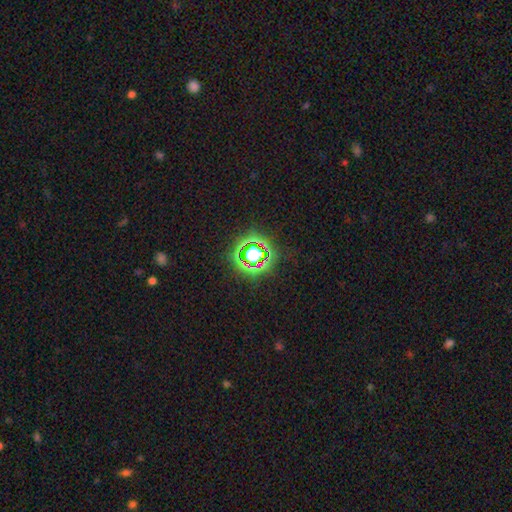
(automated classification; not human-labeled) Smooth or featured? Predicted: star or artifact (p=0.74).